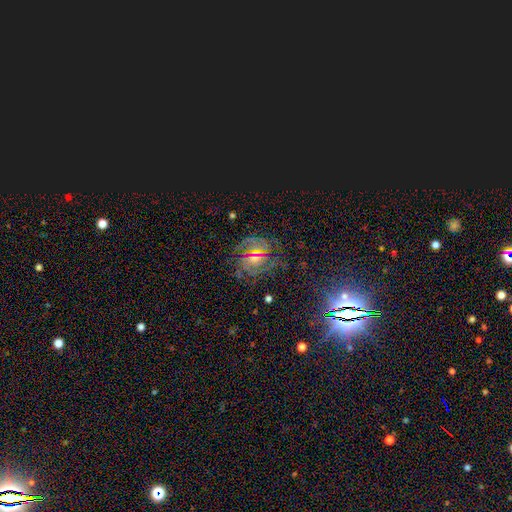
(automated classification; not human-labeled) smooth_or_featured: featured or disk (p=0.62) [alt: star or artifact p=0.29]
disk_edge_on: no (p=0.96) [alt: yes p=0.04]
bar: no (p=0.50) [alt: weak p=0.37]
has_spiral_arms: yes (p=0.95) [alt: no p=0.05]
spiral_winding: tight (p=0.58) [alt: medium p=0.34]
spiral_arm_count: can't tell (p=0.32) [alt: 3 p=0.23]
bulge_size: small (p=0.56) [alt: moderate p=0.38]
merging: none (p=0.74) [alt: minor disturbance p=0.15]